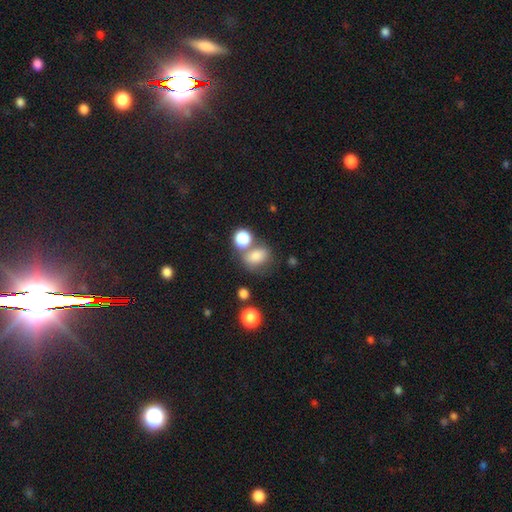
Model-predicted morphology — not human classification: Overall: smooth (77%). How rounded: in between (57%; round 42%). Merging: none (47%; merger 30%).